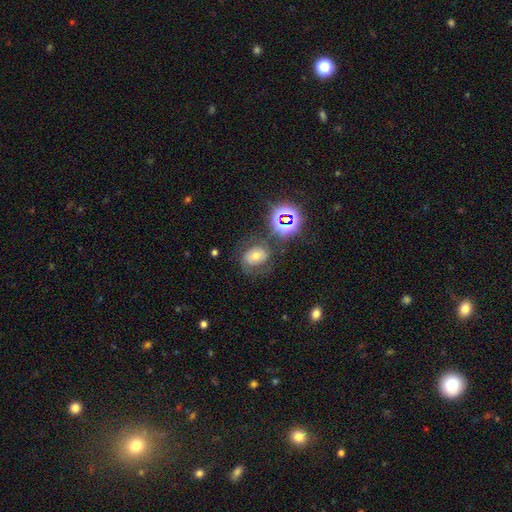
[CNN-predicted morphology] Q: Smooth or featured?
A: smooth (40%); runner-up: featured or disk (32%)
Q: Merging?
A: none (63%); runner-up: minor disturbance (17%)